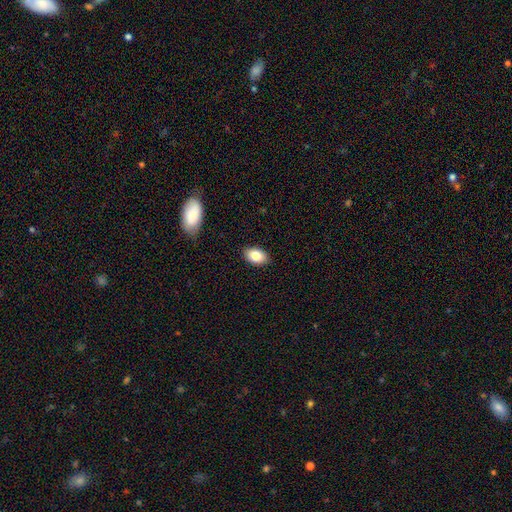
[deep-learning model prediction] Overall: smooth (84%). How rounded: in between (89%). Merging: none (87%).